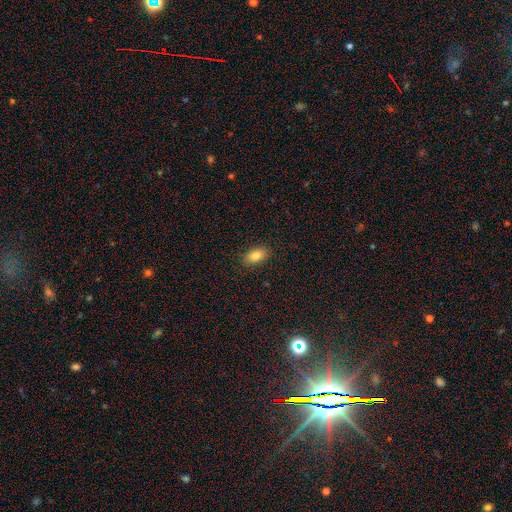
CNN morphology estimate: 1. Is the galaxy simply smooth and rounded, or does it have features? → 83% smooth, 9% star or artifact, 8% featured or disk.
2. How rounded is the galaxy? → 90% in between, 7% round, 3% cigar-shaped.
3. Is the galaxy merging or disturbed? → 88% none, 9% minor disturbance, 2% major disturbance, 1% merger.